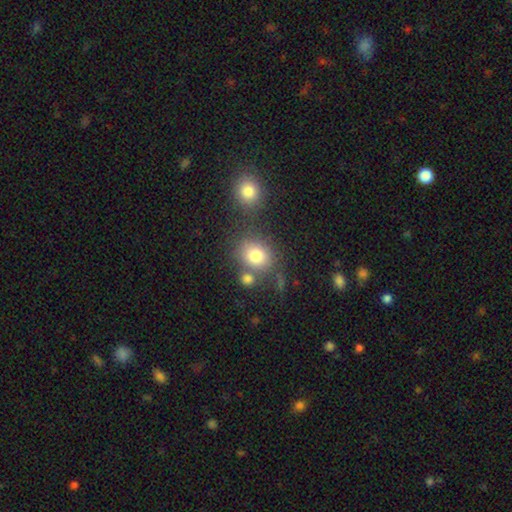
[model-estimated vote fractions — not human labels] smooth-or-featured: smooth: 78% | star or artifact: 12% | featured or disk: 10%
  how-rounded: round: 66% | in between: 33% | cigar-shaped: 1%
  merging: none: 63% | merger: 20% | minor disturbance: 12% | major disturbance: 5%